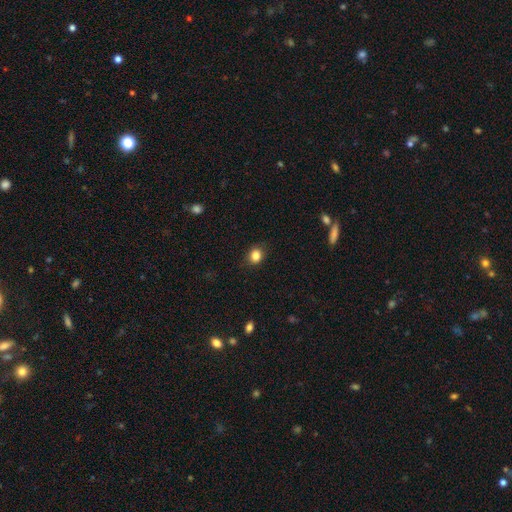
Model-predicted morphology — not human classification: This appears to be a smooth galaxy with no disk features (84%) that is round (71%). Merging: none (86%).